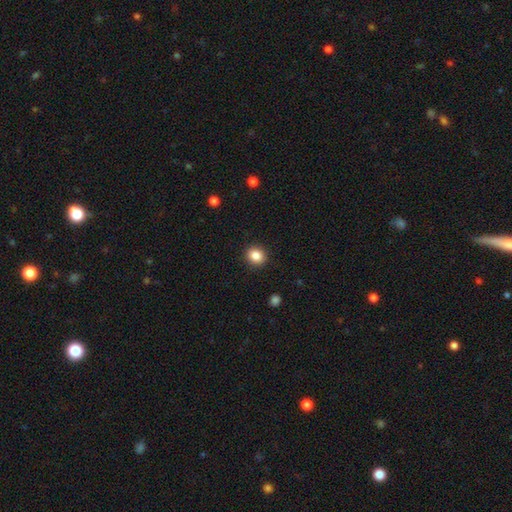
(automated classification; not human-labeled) smooth 85%, star or artifact 10%, featured or disk 5%. Down the decision tree: how rounded — round (75%); merging — none (92%).